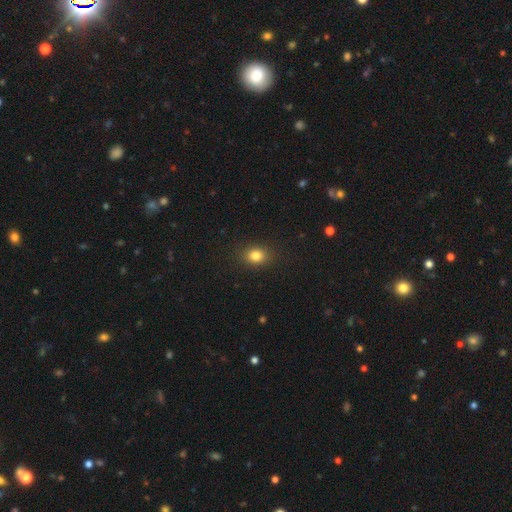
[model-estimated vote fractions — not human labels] This appears to be a smooth galaxy with no disk features (83%) that is in between round and cigar-shaped (54%). Merging: none (87%).